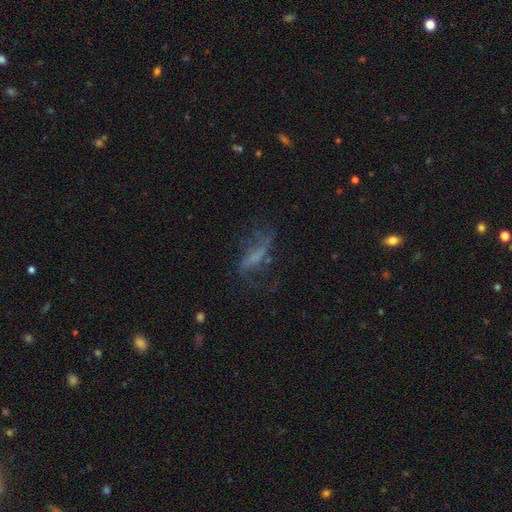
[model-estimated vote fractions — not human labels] smooth-or-featured: featured or disk: 49% | smooth: 33% | star or artifact: 18%
  merging: none: 45% | major disturbance: 31% | minor disturbance: 21% | merger: 3%